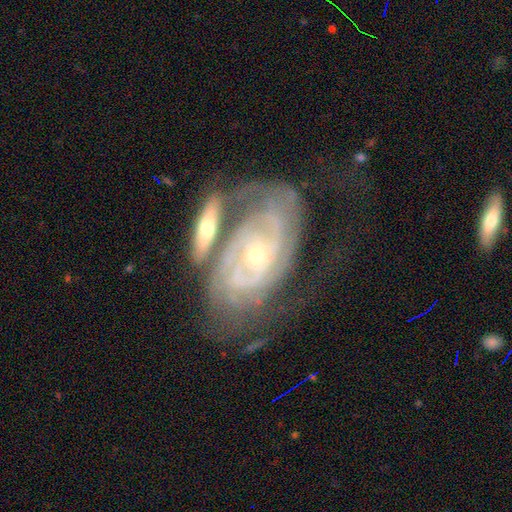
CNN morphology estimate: smooth-or-featured: featured or disk: 87% | smooth: 7% | star or artifact: 6%
  disk-edge-on: no: 94% | yes: 6%
    bar: no: 71% | weak: 22% | strong: 8%
    has-spiral-arms: yes: 95% | no: 5%
      spiral-winding: tight: 75% | medium: 20% | loose: 5%
      spiral-arm-count: can't tell: 37% | 2: 30% | 3: 15% | 4: 8% | more than 4: 5% | 1: 5%
    bulge-size: small: 69% | moderate: 28% | large: 1% | none: 1% | dominant: 1%
  merging: none: 36% | merger: 31% | minor disturbance: 17% | major disturbance: 16%